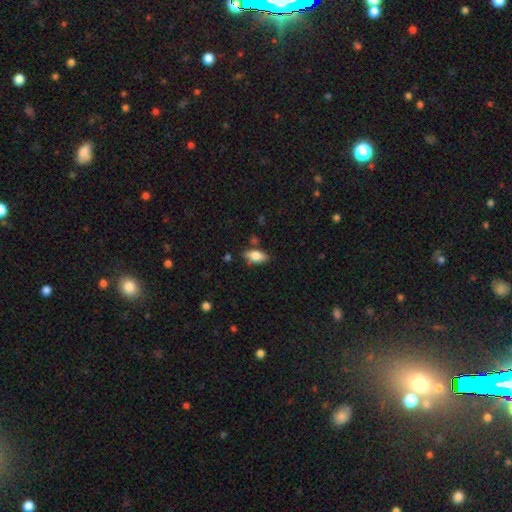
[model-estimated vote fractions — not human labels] Overall: smooth (79%). How rounded: in between (87%). Merging: none (78%).